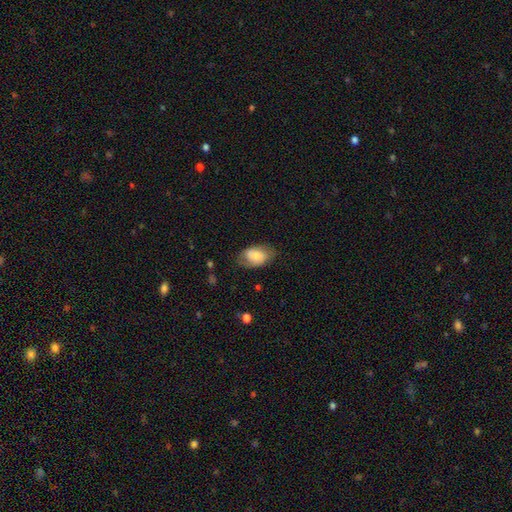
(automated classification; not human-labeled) Smooth or featured? smooth (71%)
How rounded? in between (89%)
Merging? none (62%)